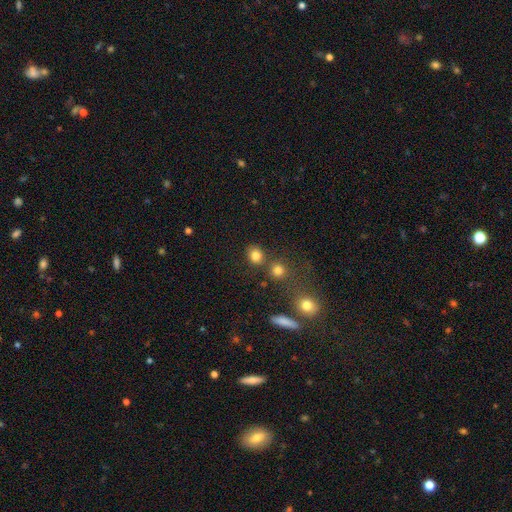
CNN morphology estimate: This appears to be a smooth galaxy with no disk features (81%) that is round (78%). Merging: none (73%).